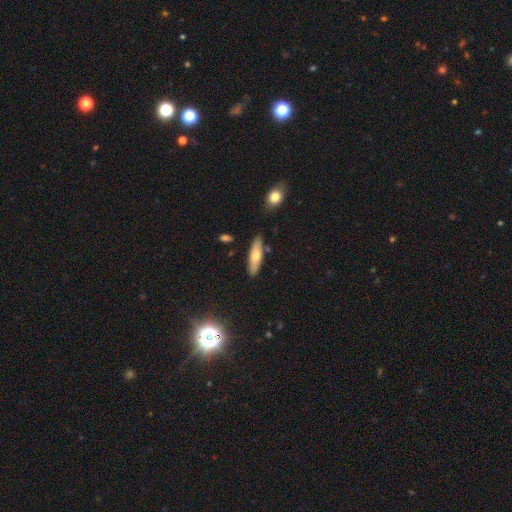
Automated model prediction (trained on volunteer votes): A smooth galaxy with no disk features (61%) that is cigar-shaped (57%). Merging: none (83%).